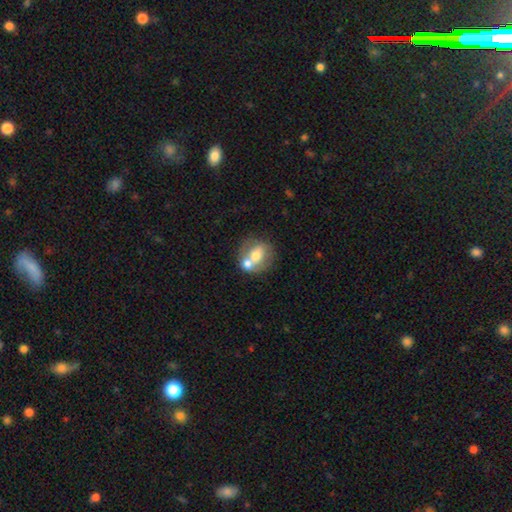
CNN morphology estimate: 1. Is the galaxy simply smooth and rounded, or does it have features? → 56% smooth, 36% featured or disk, 8% star or artifact.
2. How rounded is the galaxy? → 57% round, 42% in between, 1% cigar-shaped.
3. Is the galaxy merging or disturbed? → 49% merger, 35% none, 11% minor disturbance, 6% major disturbance.